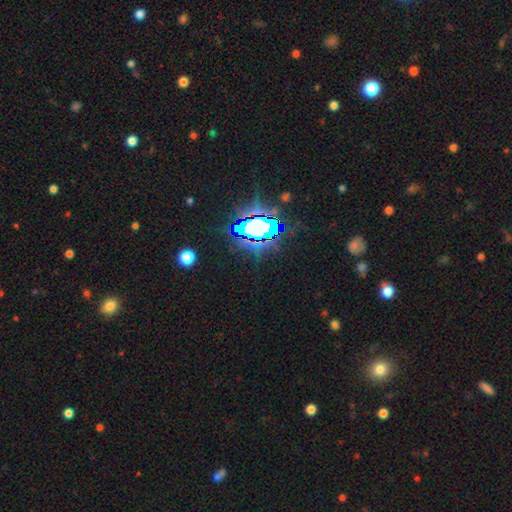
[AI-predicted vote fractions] Smooth or featured? star or artifact (76%)